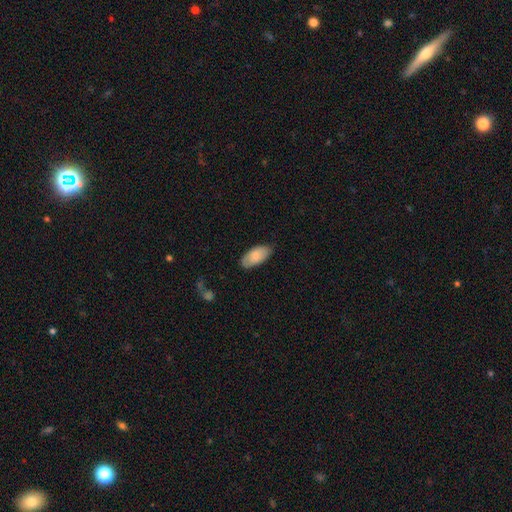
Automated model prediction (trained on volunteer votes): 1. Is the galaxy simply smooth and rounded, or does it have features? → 84% smooth, 10% featured or disk, 6% star or artifact.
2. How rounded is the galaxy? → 93% in between, 5% cigar-shaped, 2% round.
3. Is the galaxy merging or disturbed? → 79% none, 17% minor disturbance, 3% major disturbance, 1% merger.